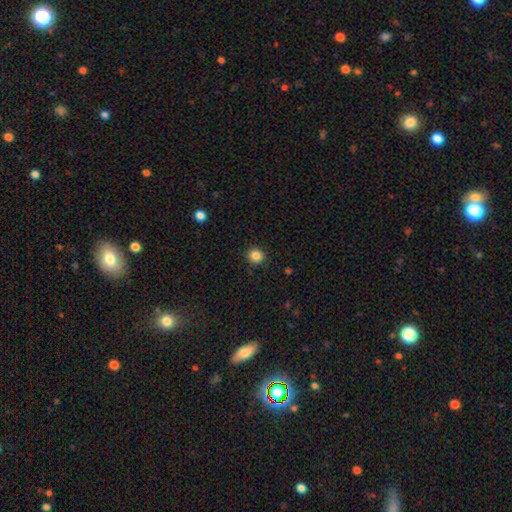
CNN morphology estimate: smooth 85%, star or artifact 11%, featured or disk 4%. Down the decision tree: how rounded — round (87%); merging — none (90%).